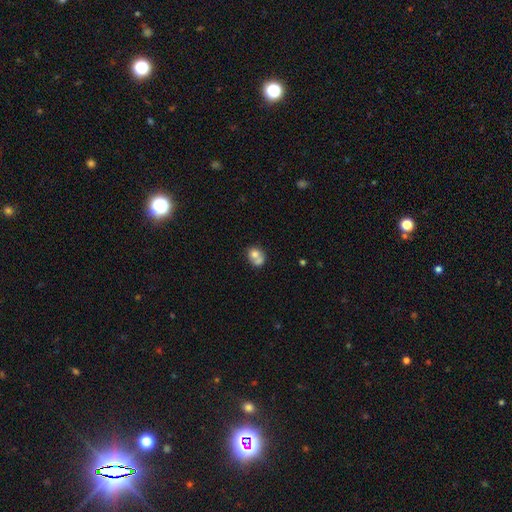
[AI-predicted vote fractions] smooth-or-featured: smooth: 69% | featured or disk: 21% | star or artifact: 9%
  how-rounded: round: 63% | in between: 36% | cigar-shaped: 1%
  merging: merger: 59% | none: 27% | minor disturbance: 9% | major disturbance: 5%